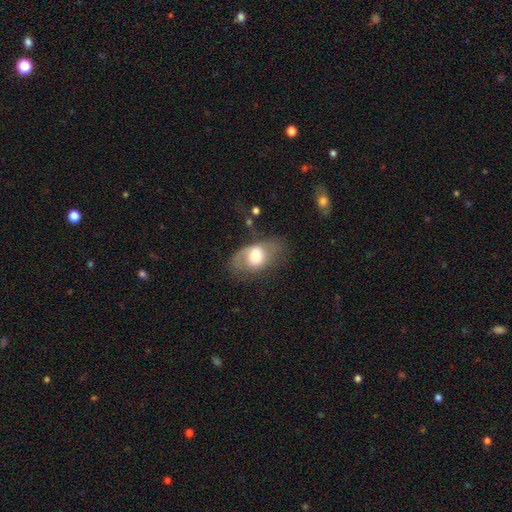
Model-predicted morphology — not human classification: smooth 51%, featured or disk 42%, star or artifact 8%. Down the decision tree: how rounded — in between (80%); merging — none (40%).